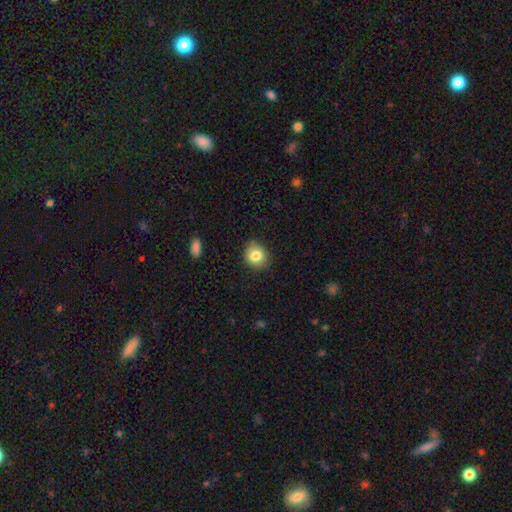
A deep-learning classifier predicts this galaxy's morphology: Smooth or featured? smooth (82%)
How rounded? round (68%)
Merging? none (82%)